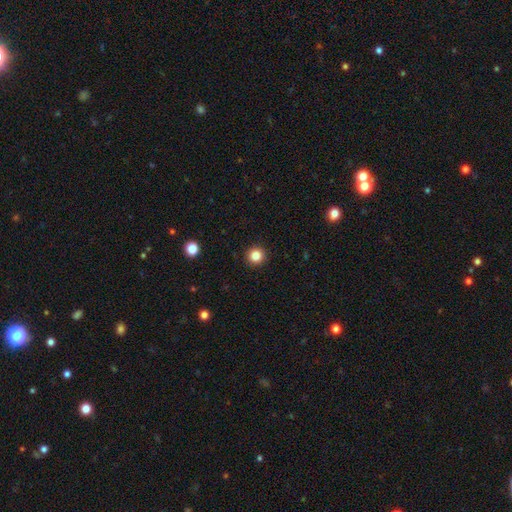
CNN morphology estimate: smooth 85%, star or artifact 11%, featured or disk 4%. Down the decision tree: how rounded — round (96%); merging — none (93%).